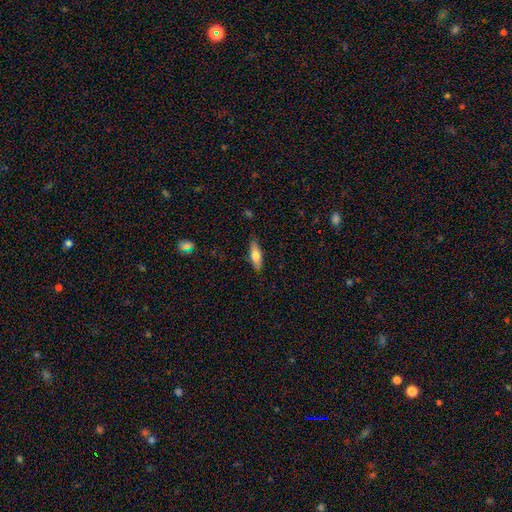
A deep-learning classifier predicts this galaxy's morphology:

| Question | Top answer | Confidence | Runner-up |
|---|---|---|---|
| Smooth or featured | smooth | 67% | featured or disk (27%) |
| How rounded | in between | 52% | cigar-shaped (46%) |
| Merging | none | 84% | minor disturbance (12%) |